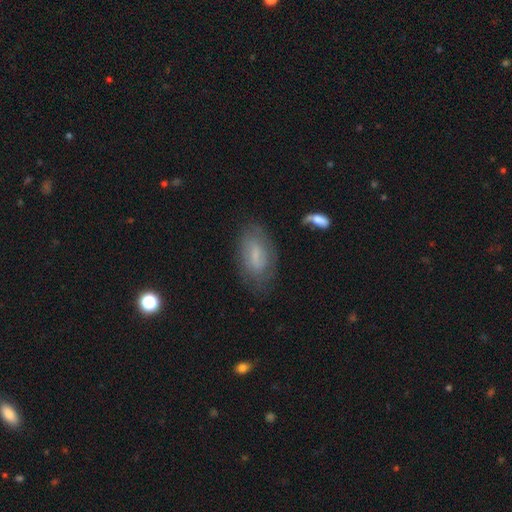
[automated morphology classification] Smooth or featured?
  - smooth: 51% *
  - featured or disk: 40%
  - star or artifact: 9%
How rounded?
  - in between: 85% *
  - cigar-shaped: 11%
  - round: 4%
Merging?
  - none: 70% *
  - minor disturbance: 20%
  - major disturbance: 8%
  - merger: 2%